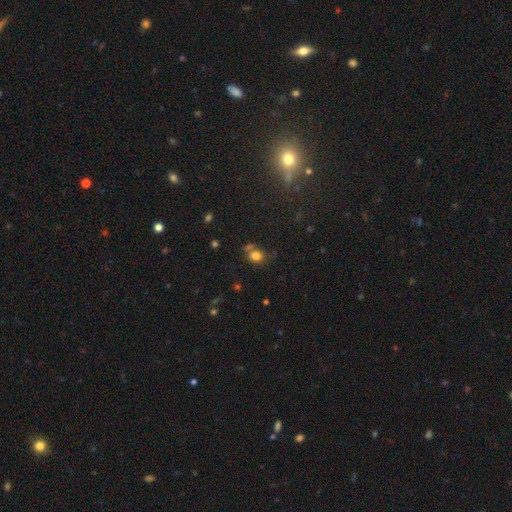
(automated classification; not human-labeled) Smooth or featured?
  - smooth: 78% *
  - star or artifact: 14%
  - featured or disk: 8%
How rounded?
  - round: 64% *
  - in between: 35%
  - cigar-shaped: 1%
Merging?
  - none: 56% *
  - merger: 21%
  - minor disturbance: 16%
  - major disturbance: 7%